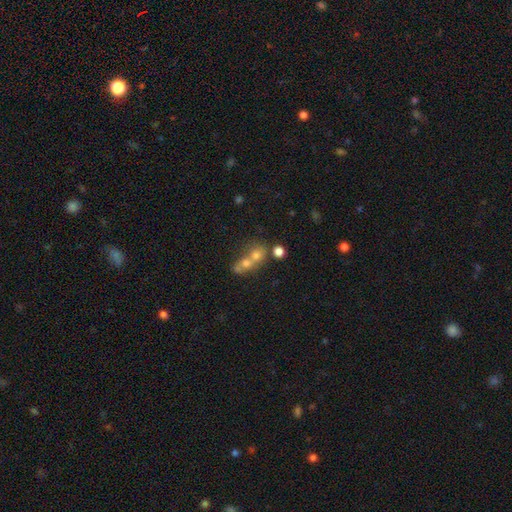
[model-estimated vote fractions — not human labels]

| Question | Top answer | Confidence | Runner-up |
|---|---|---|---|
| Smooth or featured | smooth | 58% | featured or disk (24%) |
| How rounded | round | 62% | in between (35%) |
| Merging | merger | 65% | none (24%) |